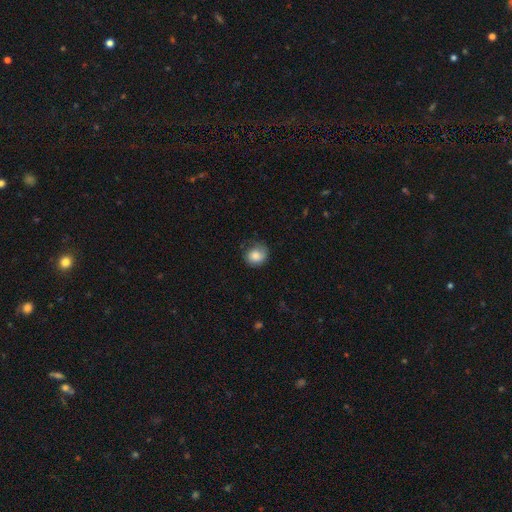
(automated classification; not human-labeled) Smooth or featured: smooth — 74% (featured or disk — 17%)
How rounded: round — 75% (in between — 24%)
Merging: none — 64% (minor disturbance — 25%)